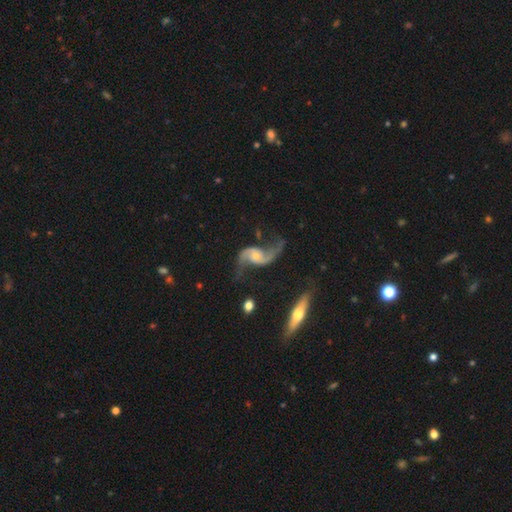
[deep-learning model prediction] Overall: featured or disk (90%). Edge-on disk: no (96%). Bar: no (61%; weak 30%). Spiral arms: yes (97%). Spiral arm count: 2 (93%). Spiral winding: loose (81%). Bulge size: small (51%; moderate 40%). Merging: none (62%).